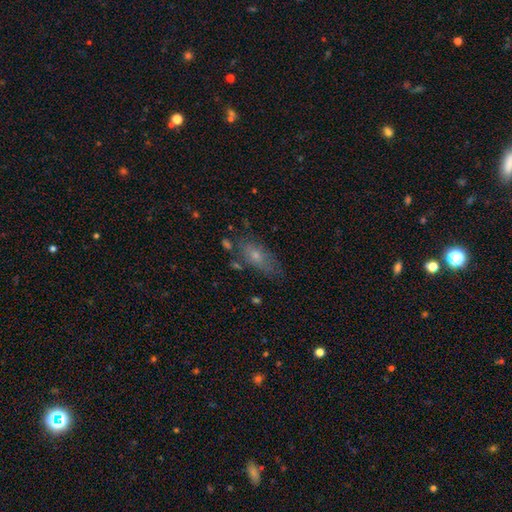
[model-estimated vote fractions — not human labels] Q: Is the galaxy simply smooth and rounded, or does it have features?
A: smooth — 61%.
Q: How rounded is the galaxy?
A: in between — 75%.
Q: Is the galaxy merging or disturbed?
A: none — 63%.